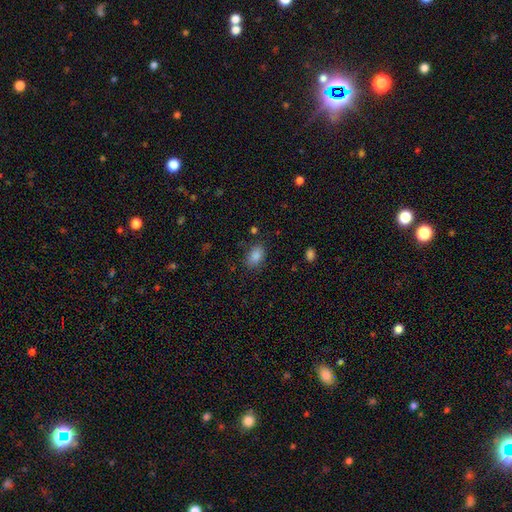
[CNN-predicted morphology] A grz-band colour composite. It shows a smooth galaxy with no disk features (84%) that is in between round and cigar-shaped (85%). Merging: none (79%).